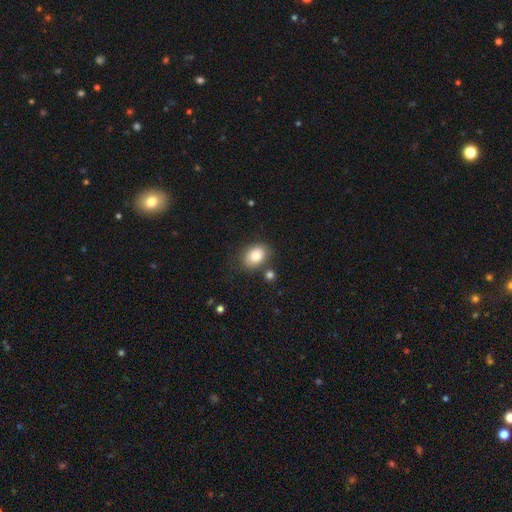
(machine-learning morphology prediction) smooth-or-featured: smooth: 83% | featured or disk: 9% | star or artifact: 8%
  how-rounded: in between: 75% | round: 24% | cigar-shaped: 1%
  merging: none: 72% | minor disturbance: 15% | merger: 8% | major disturbance: 5%